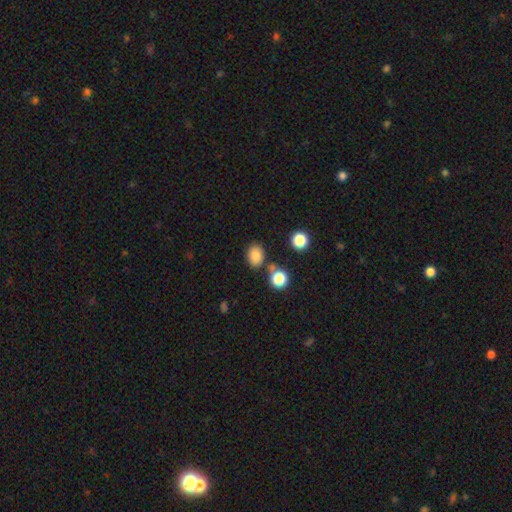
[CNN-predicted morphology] Smooth or featured? Predicted: smooth (p=0.83). How rounded? Predicted: in between (p=0.63). Merging? Predicted: none (p=0.73).